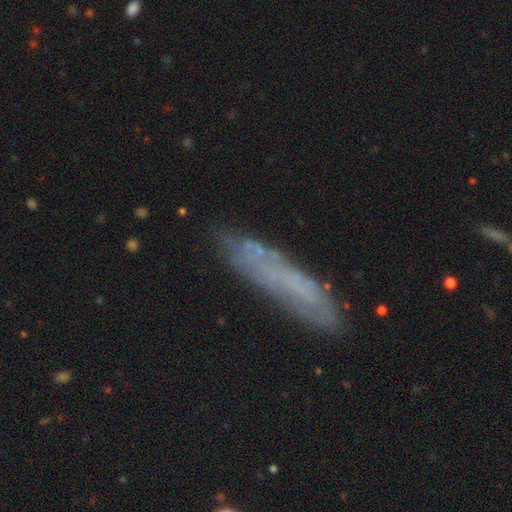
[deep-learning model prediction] A featured or disk galaxy (46%).

Vote fractions:
- Smooth or featured? featured or disk: 46% / smooth: 45% / star or artifact: 10%
- Merging? none: 70% / minor disturbance: 19% / major disturbance: 8% / merger: 4%